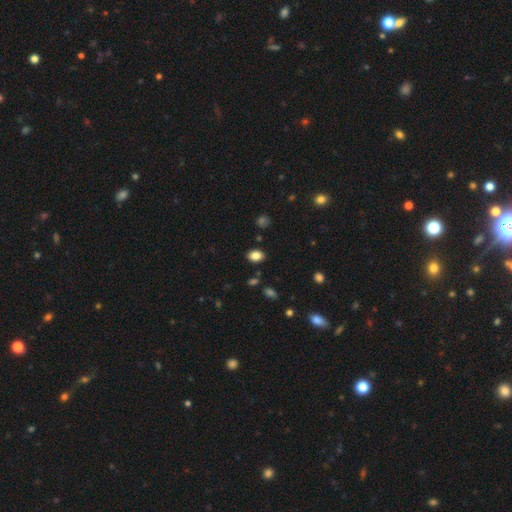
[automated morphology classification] smooth 85%, star or artifact 10%, featured or disk 5%. Down the decision tree: how rounded — in between (76%); merging — none (86%).